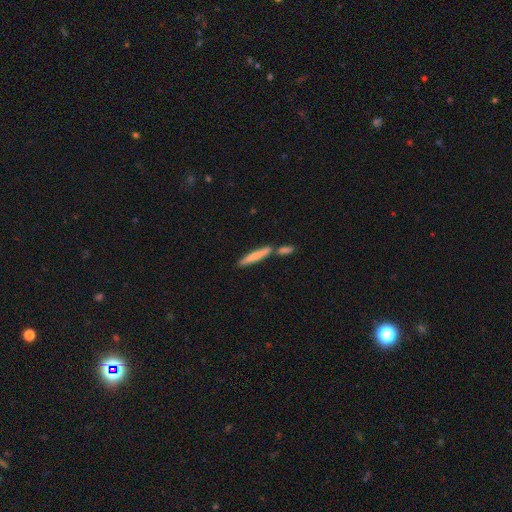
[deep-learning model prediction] This is likely a smooth galaxy (73%). How rounded: clearly cigar-shaped (91%). Merging: possibly none (60%).